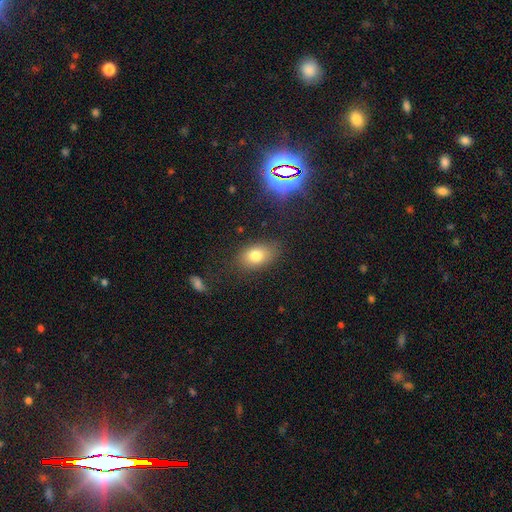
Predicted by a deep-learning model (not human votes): This is likely a smooth galaxy (78%). How rounded: clearly in between (83%). Merging: likely none (78%).